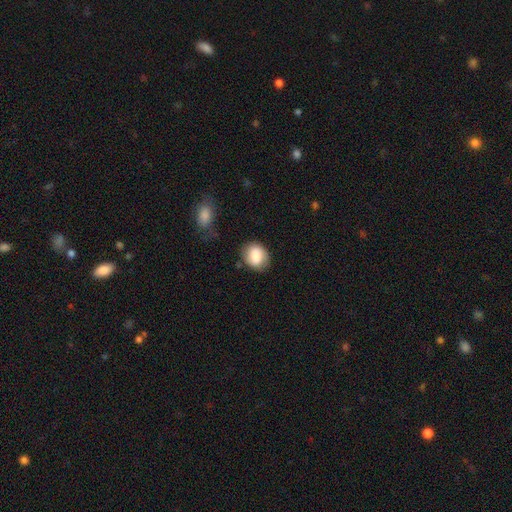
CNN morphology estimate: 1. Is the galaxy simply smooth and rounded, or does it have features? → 79% smooth, 13% featured or disk, 8% star or artifact.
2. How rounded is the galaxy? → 55% round, 44% in between, 1% cigar-shaped.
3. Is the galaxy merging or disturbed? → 72% none, 20% minor disturbance, 6% major disturbance, 3% merger.